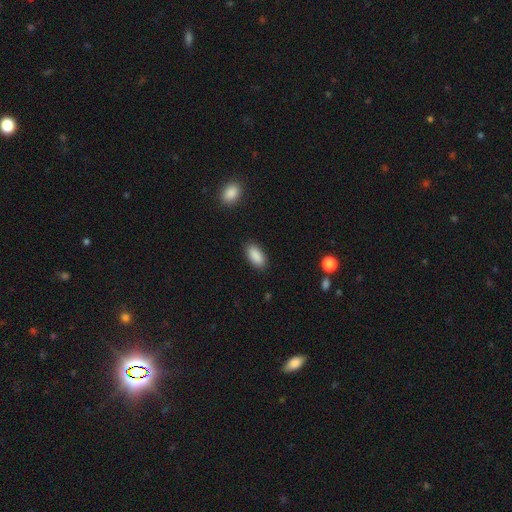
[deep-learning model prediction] A smooth galaxy with no disk features (89%) that is in between round and cigar-shaped (90%). Merging: none (88%).